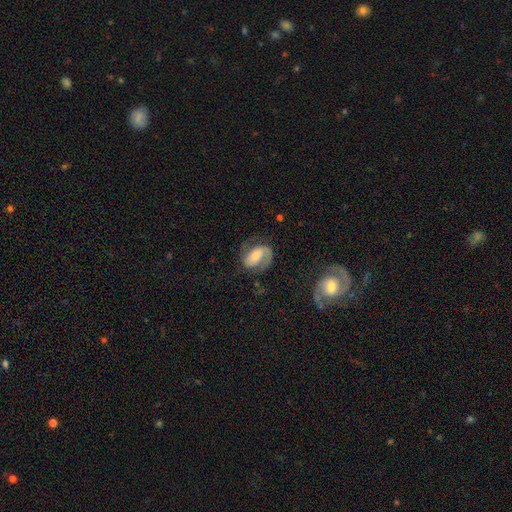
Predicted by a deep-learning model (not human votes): Overall: featured or disk (73%). Edge-on disk: no (97%). Bar: no (38%; weak 37%). Spiral arms: yes (94%). Spiral arm count: 2 (78%). Spiral winding: medium (49%; loose 26%). Bulge size: small (40%; moderate 37%). Merging: none (60%).